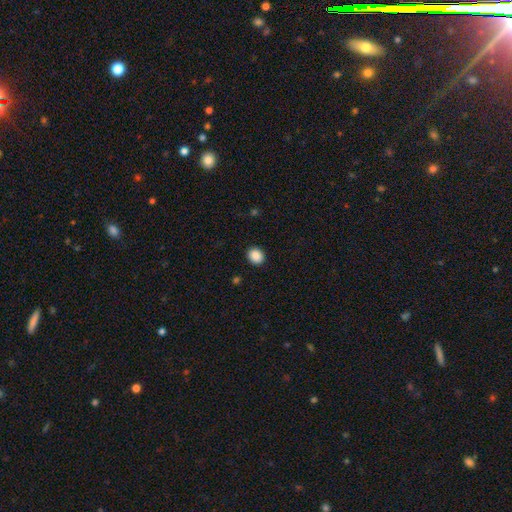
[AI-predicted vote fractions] This appears to be a smooth galaxy with no disk features (89%) that is round (65%). Merging: none (91%).